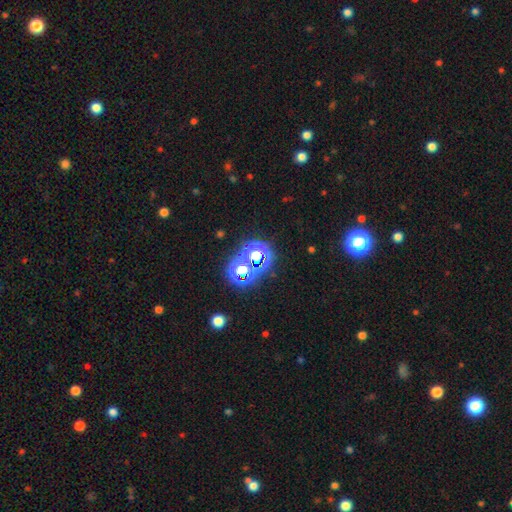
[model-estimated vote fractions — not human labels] Smooth or featured? star or artifact (65%)